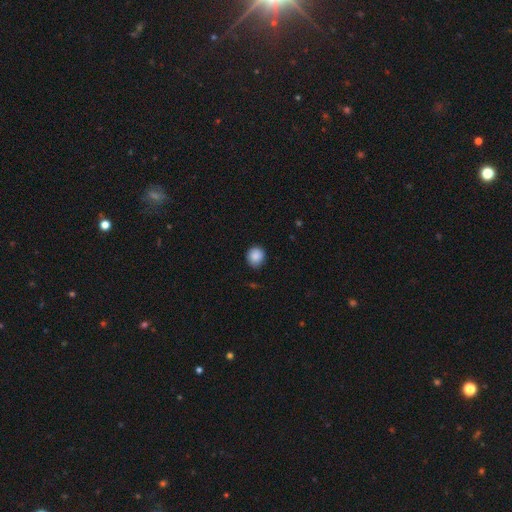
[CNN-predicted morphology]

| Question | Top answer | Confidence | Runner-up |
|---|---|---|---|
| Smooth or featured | smooth | 88% | star or artifact (8%) |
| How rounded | round | 86% | in between (13%) |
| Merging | none | 84% | minor disturbance (12%) |